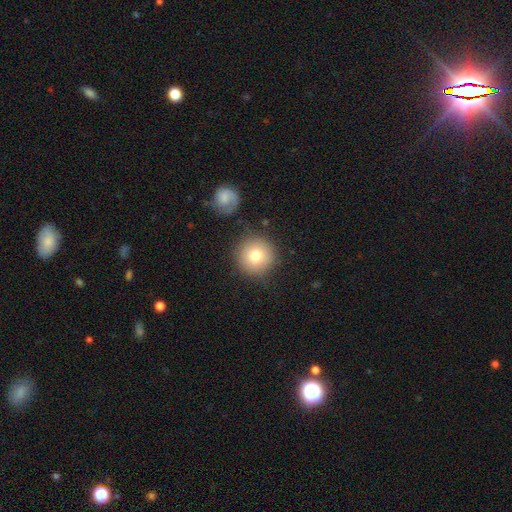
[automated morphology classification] This is likely a smooth galaxy (78%). How rounded: clearly round (95%). Merging: clearly none (84%).